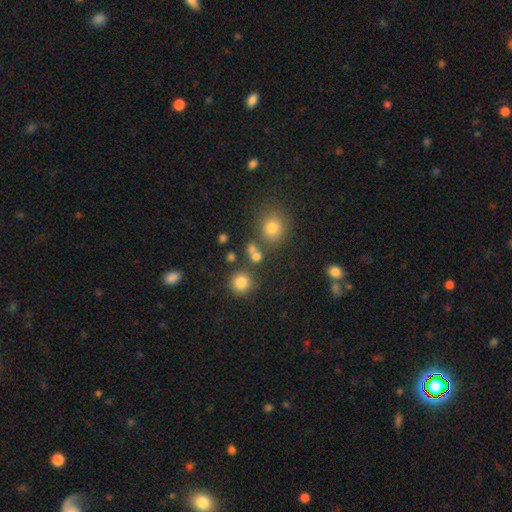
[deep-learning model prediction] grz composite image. It shows a smooth galaxy with no disk features (73%) that is round (81%). Merging: none (63%).